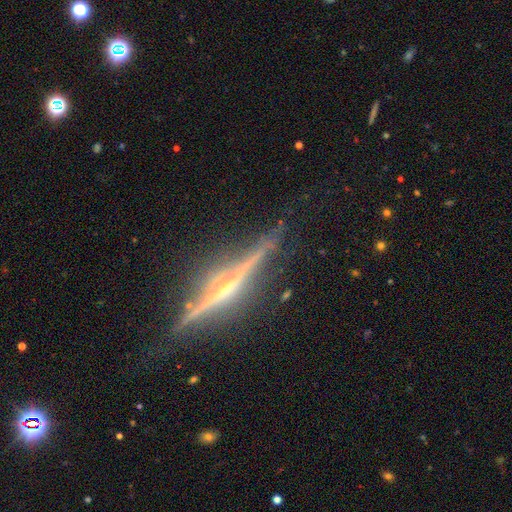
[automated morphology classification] type=featured or disk (88%); edge-on=yes (98%); edge-on bulge=rounded (67%); merging=none (85%).